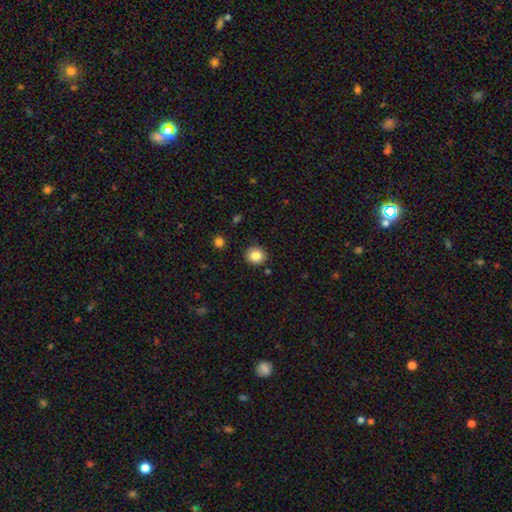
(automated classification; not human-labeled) Morphology: type=smooth (83%); roundness=round (86%); merging=none (89%).